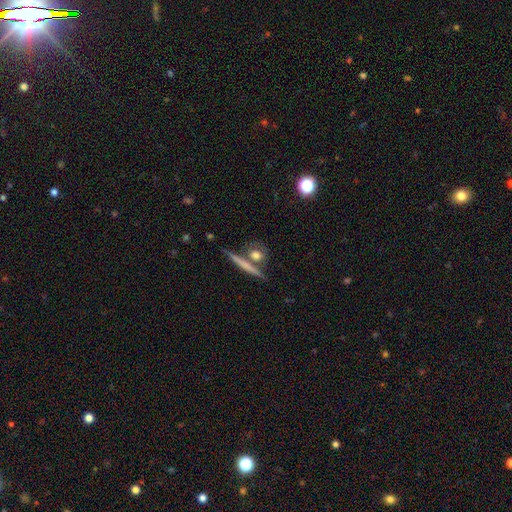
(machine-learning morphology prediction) Smooth or featured: smooth — 61% (featured or disk — 31%)
How rounded: round — 42% (cigar-shaped — 38%)
Merging: none — 63% (merger — 21%)